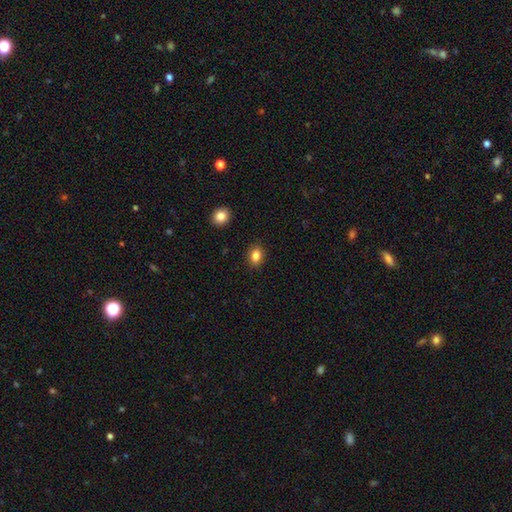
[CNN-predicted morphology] Q: Smooth or featured?
A: smooth (85%); runner-up: star or artifact (10%)
Q: How rounded?
A: in between (63%); runner-up: round (36%)
Q: Merging?
A: none (88%); runner-up: minor disturbance (8%)